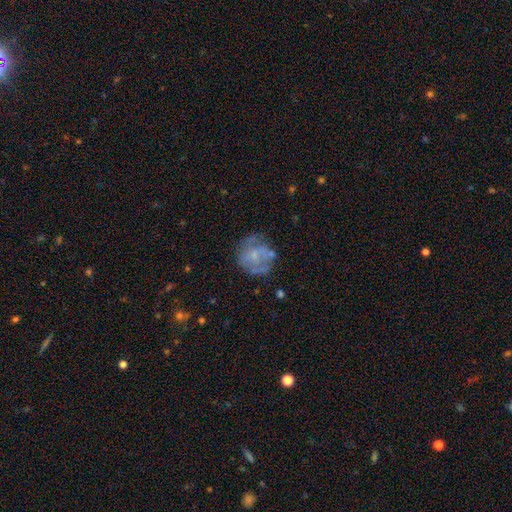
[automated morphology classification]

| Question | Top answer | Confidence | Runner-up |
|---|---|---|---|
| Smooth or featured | featured or disk | 50% | smooth (41%) |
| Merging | none | 55% | minor disturbance (23%) |